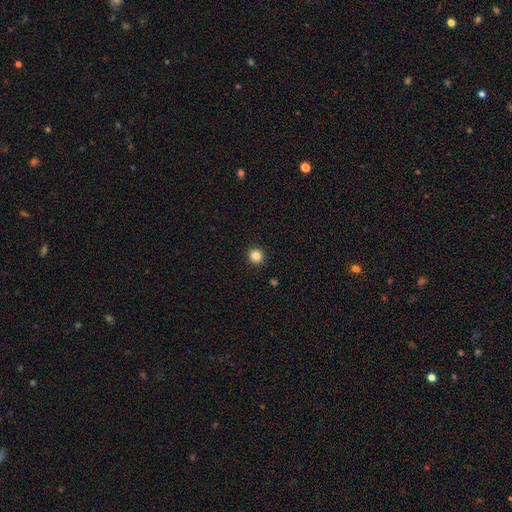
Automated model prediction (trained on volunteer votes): A smooth galaxy with no disk features (85%) that is round (91%). Merging: none (92%).